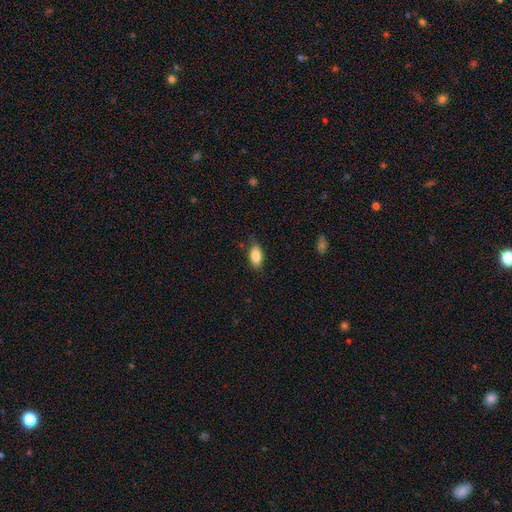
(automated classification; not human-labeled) Smooth or featured? Predicted: smooth (p=0.85). How rounded? Predicted: in between (p=0.89). Merging? Predicted: none (p=0.78).